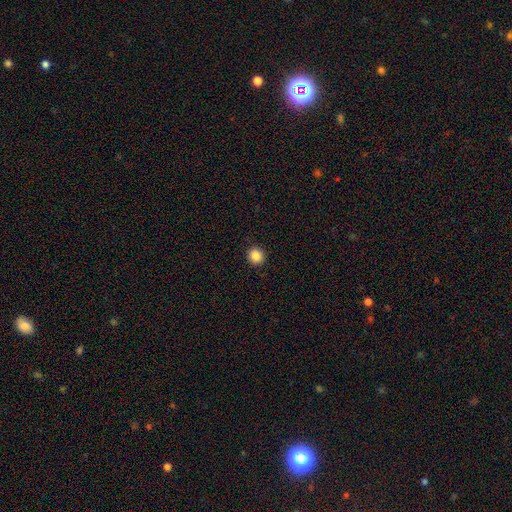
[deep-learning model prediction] Smooth or featured? smooth (87%)
How rounded? round (90%)
Merging? none (92%)